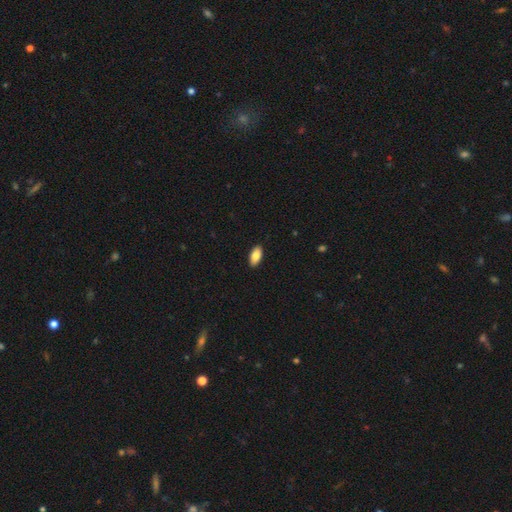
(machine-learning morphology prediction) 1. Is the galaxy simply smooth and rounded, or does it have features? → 86% smooth, 7% featured or disk, 6% star or artifact.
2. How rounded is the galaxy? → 91% in between, 7% cigar-shaped, 2% round.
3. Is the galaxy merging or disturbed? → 90% none, 7% minor disturbance, 2% major disturbance, 1% merger.